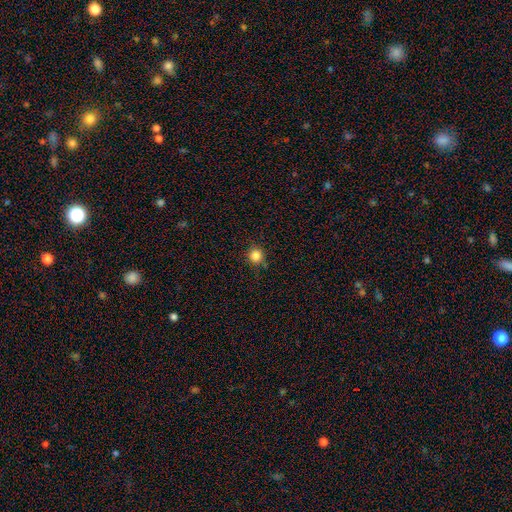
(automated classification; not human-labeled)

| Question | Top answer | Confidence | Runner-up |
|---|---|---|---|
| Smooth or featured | smooth | 83% | star or artifact (12%) |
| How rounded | round | 93% | in between (6%) |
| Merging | none | 86% | minor disturbance (10%) |